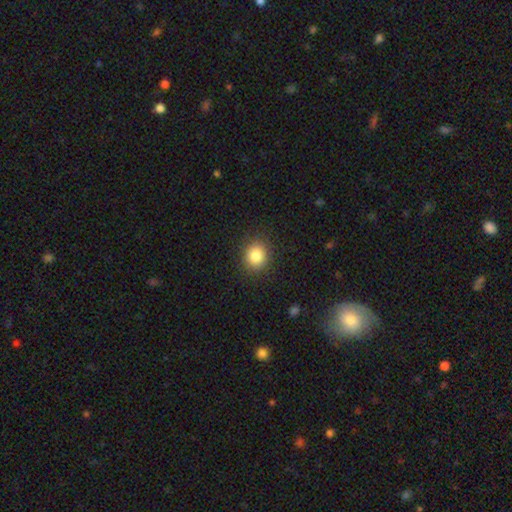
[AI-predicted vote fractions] Smooth or featured?
  - smooth: 84% *
  - star or artifact: 10%
  - featured or disk: 6%
How rounded?
  - round: 75% *
  - in between: 24%
  - cigar-shaped: 1%
Merging?
  - none: 89% *
  - minor disturbance: 8%
  - major disturbance: 3%
  - merger: 1%